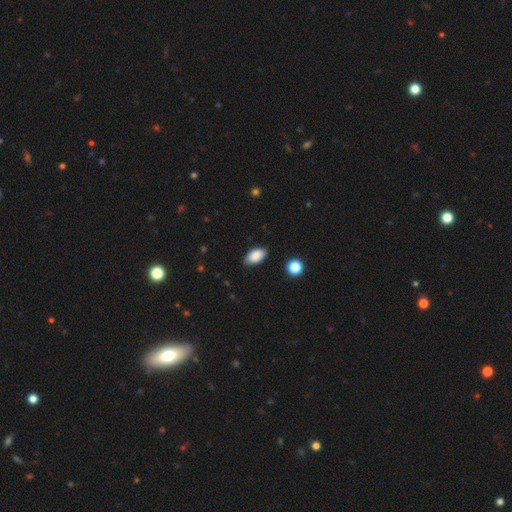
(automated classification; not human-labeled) This appears to be a smooth galaxy with no disk features (88%) that is in between round and cigar-shaped (93%). Merging: none (83%).